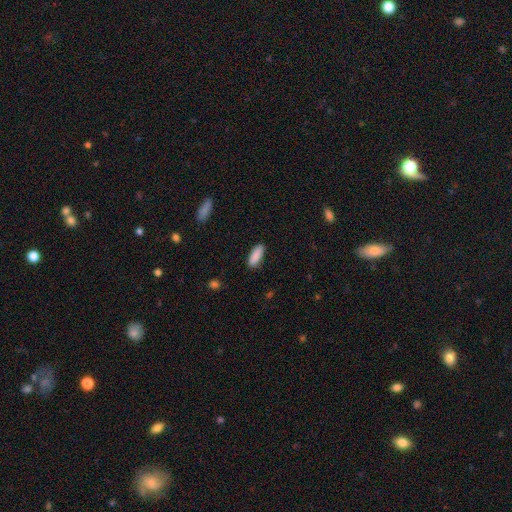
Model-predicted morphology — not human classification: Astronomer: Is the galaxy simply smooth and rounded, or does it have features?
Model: smooth — 89%.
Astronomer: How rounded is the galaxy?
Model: in between — 64%.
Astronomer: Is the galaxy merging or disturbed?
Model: none — 89%.